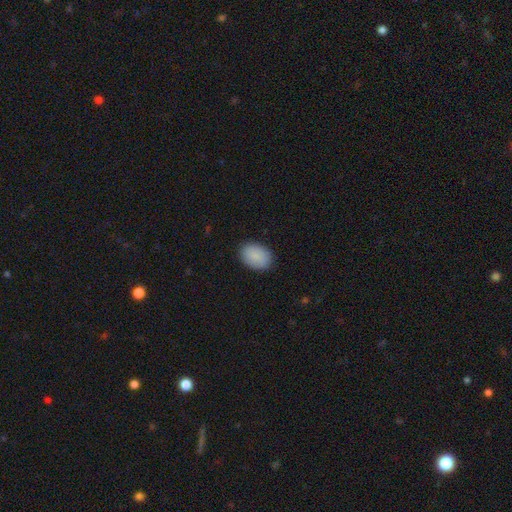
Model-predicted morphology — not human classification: Q: Smooth or featured?
A: smooth (89%); runner-up: star or artifact (6%)
Q: How rounded?
A: in between (80%); runner-up: round (19%)
Q: Merging?
A: none (88%); runner-up: minor disturbance (9%)